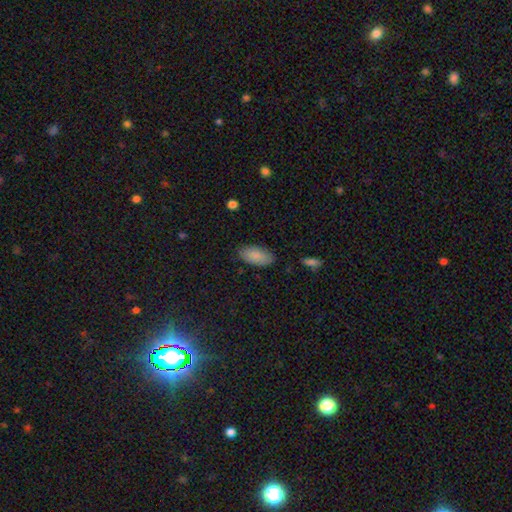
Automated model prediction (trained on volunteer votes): Smooth or featured?
  - smooth: 87% *
  - featured or disk: 7%
  - star or artifact: 6%
How rounded?
  - in between: 93% *
  - cigar-shaped: 5%
  - round: 2%
Merging?
  - none: 82% *
  - minor disturbance: 13%
  - major disturbance: 3%
  - merger: 1%